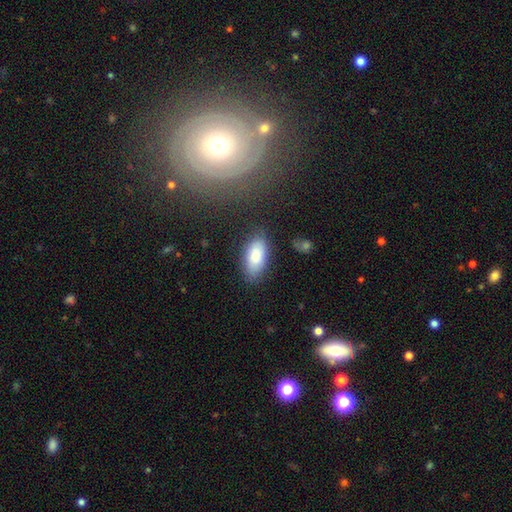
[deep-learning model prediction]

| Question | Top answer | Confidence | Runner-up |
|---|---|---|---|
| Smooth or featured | smooth | 81% | featured or disk (12%) |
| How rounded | in between | 91% | cigar-shaped (6%) |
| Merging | none | 78% | minor disturbance (15%) |